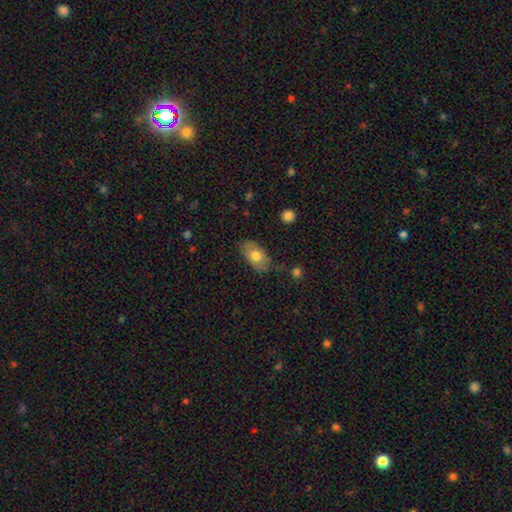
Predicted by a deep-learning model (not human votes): A smooth galaxy with no disk features (70%) that is in between round and cigar-shaped (91%).

Vote fractions:
- Smooth or featured? smooth: 70% / featured or disk: 23% / star or artifact: 7%
- How rounded? in between: 91% / round: 7% / cigar-shaped: 2%
- Merging? none: 70% / minor disturbance: 22% / major disturbance: 5% / merger: 2%